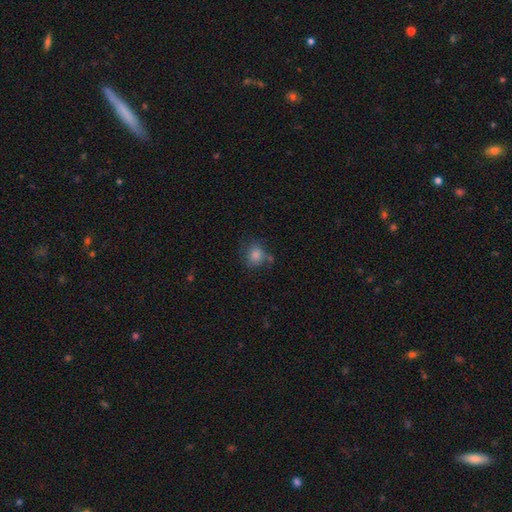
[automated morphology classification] This appears to be a smooth galaxy with no disk features (80%) that is round (75%). Merging: none (62%).